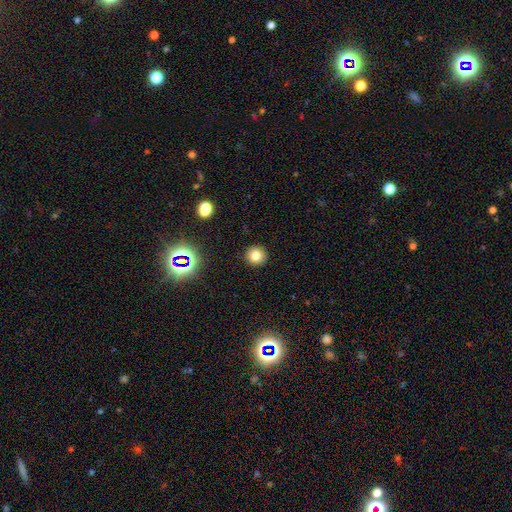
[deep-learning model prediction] A smooth galaxy with no disk features (77%) that is round (93%).

Vote fractions:
- Smooth or featured? smooth: 77% / star or artifact: 15% / featured or disk: 8%
- How rounded? round: 93% / in between: 6% / cigar-shaped: 1%
- Merging? none: 92% / minor disturbance: 5% / major disturbance: 2% / merger: 1%